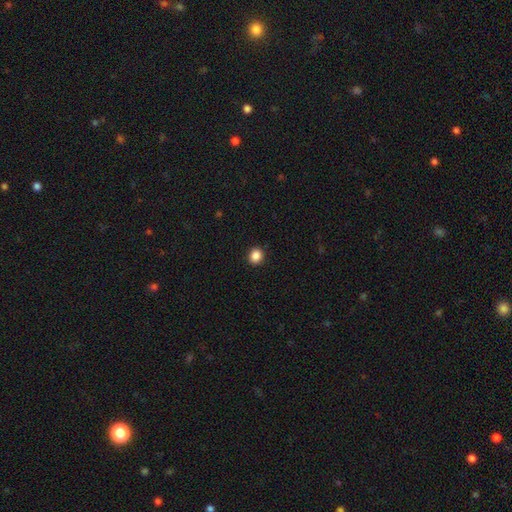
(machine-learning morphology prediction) A smooth galaxy with no disk features (87%) that is round (85%).

Vote fractions:
- Smooth or featured? smooth: 87% / star or artifact: 10% / featured or disk: 3%
- How rounded? round: 85% / in between: 14% / cigar-shaped: 1%
- Merging? none: 93% / minor disturbance: 5% / major disturbance: 2% / merger: 1%